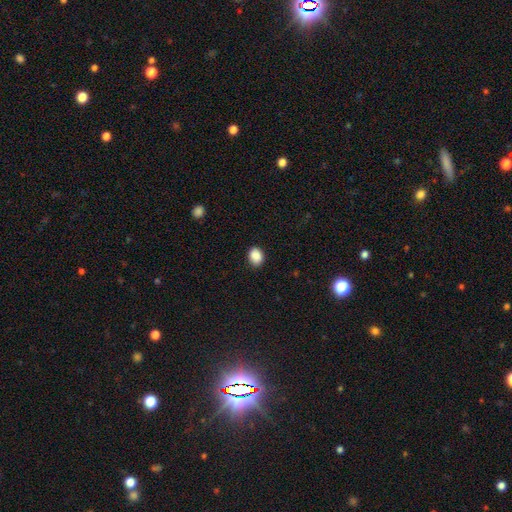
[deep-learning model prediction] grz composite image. It shows a smooth galaxy with no disk features (89%) that is in between round and cigar-shaped (61%). Merging: none (88%).